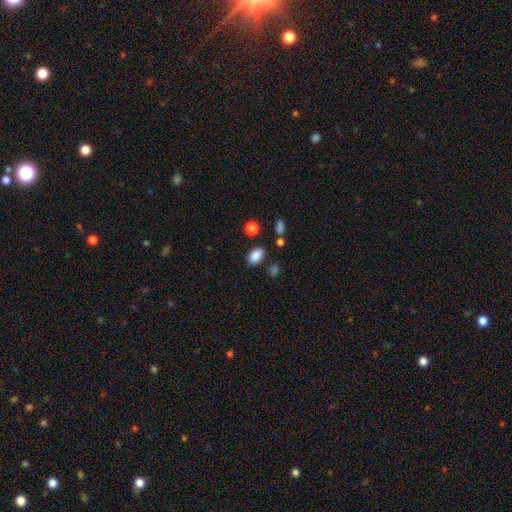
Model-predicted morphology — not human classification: Q: Smooth or featured?
A: smooth (87%); runner-up: star or artifact (9%)
Q: How rounded?
A: in between (87%); runner-up: round (12%)
Q: Merging?
A: none (81%); runner-up: minor disturbance (12%)